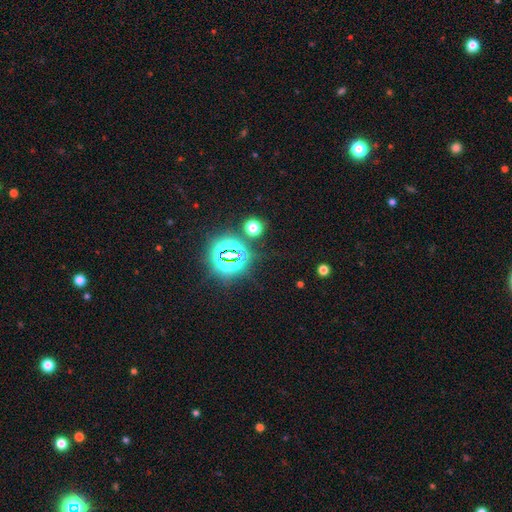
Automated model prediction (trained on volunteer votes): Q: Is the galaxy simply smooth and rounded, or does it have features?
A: star or artifact — 81%.